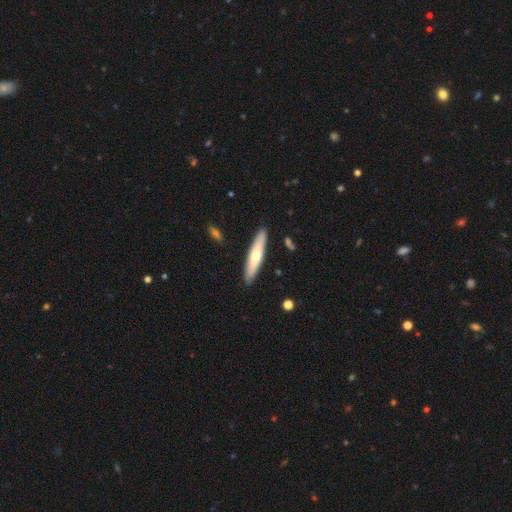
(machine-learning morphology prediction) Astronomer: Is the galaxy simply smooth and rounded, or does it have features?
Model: smooth — 57% (runner-up: featured or disk, 38%).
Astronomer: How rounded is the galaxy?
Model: cigar-shaped — 84%.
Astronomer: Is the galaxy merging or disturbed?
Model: none — 90%.